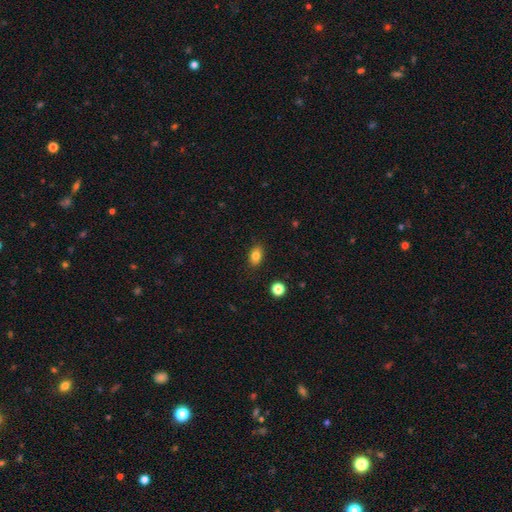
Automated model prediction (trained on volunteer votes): Morphology: type=smooth (83%); roundness=in between (84%); merging=none (87%).